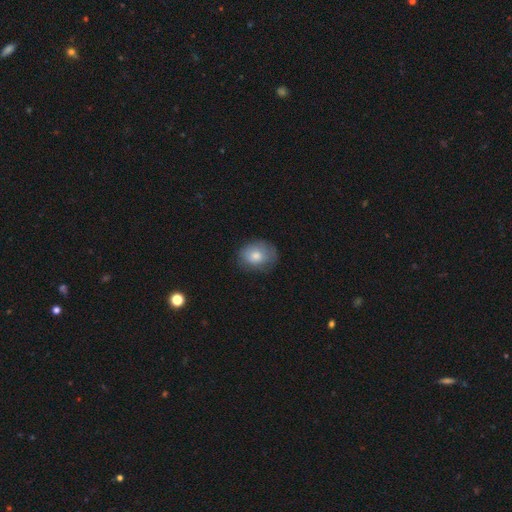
Smooth or featured: smooth — 78% (featured or disk — 22%)
How rounded: in between — 62% (round — 38%)
Merging: none — 70% (minor disturbance — 19%)